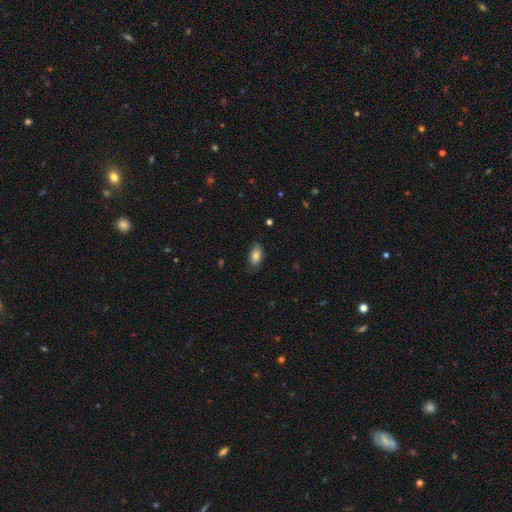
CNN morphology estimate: Overall: smooth (79%). How rounded: in between (92%). Merging: none (73%).